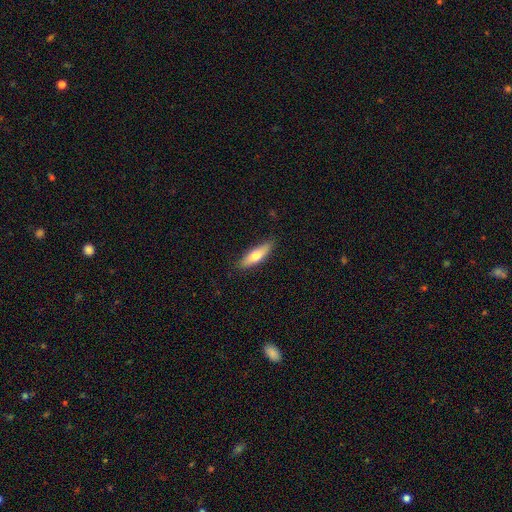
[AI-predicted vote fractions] This appears to be a smooth galaxy with no disk features (66%) that is cigar-shaped (55%). Merging: none (86%).